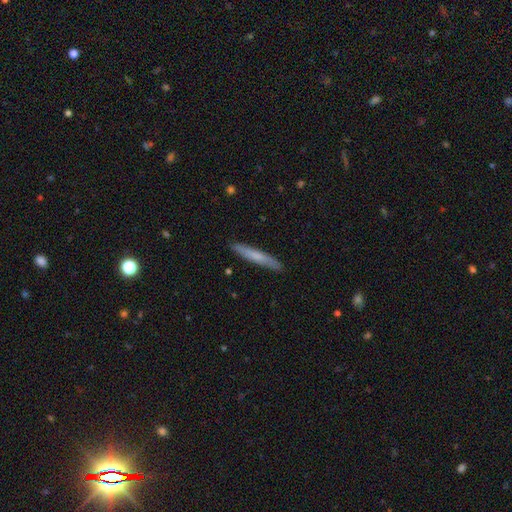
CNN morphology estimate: Smooth or featured?
  - smooth: 63% *
  - featured or disk: 31%
  - star or artifact: 6%
How rounded?
  - cigar-shaped: 95% *
  - in between: 4%
  - round: 1%
Merging?
  - none: 90% *
  - minor disturbance: 7%
  - major disturbance: 1%
  - merger: 1%